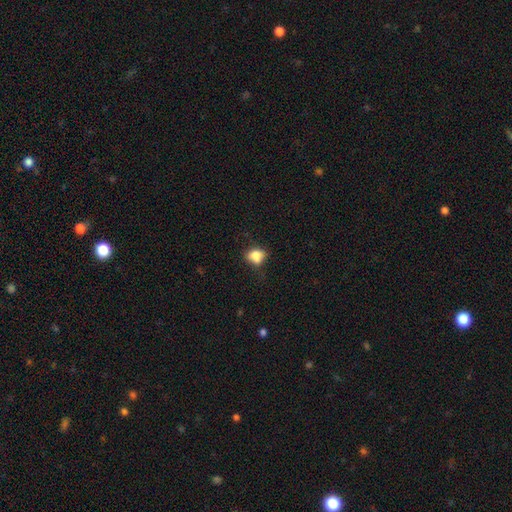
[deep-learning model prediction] This is clearly a smooth galaxy (80%). How rounded: possibly in between (56%). Merging: possibly none (53%).